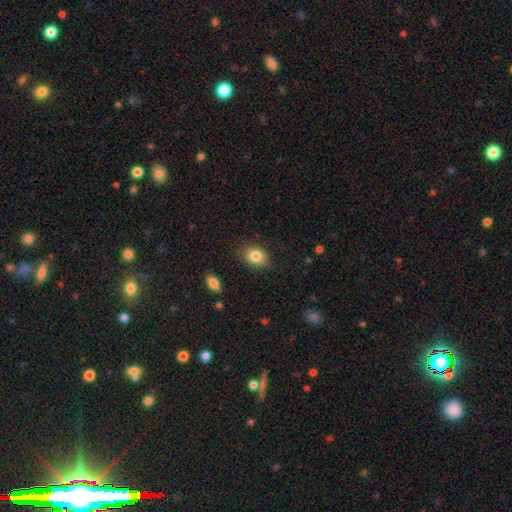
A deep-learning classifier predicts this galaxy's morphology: The model was most divided on "how rounded": in between: 72%, round: 27%, cigar-shaped: 1%. More confident: smooth or featured — smooth (84%); merging — none (82%).